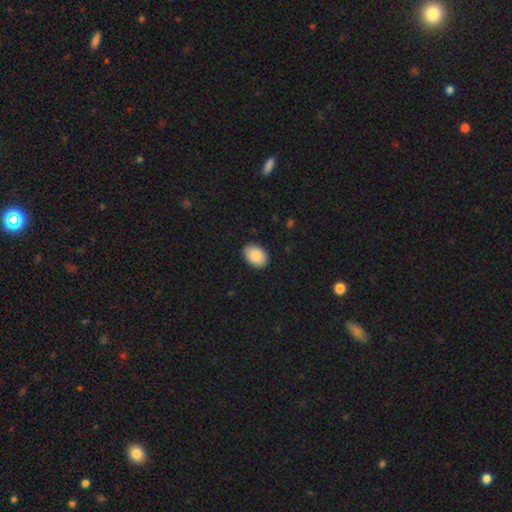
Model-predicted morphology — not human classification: A smooth galaxy with no disk features (89%) that is in between round and cigar-shaped (83%).

Vote fractions:
- Smooth or featured? smooth: 89% / star or artifact: 6% / featured or disk: 5%
- How rounded? in between: 83% / round: 16% / cigar-shaped: 1%
- Merging? none: 89% / minor disturbance: 9% / major disturbance: 2% / merger: 1%